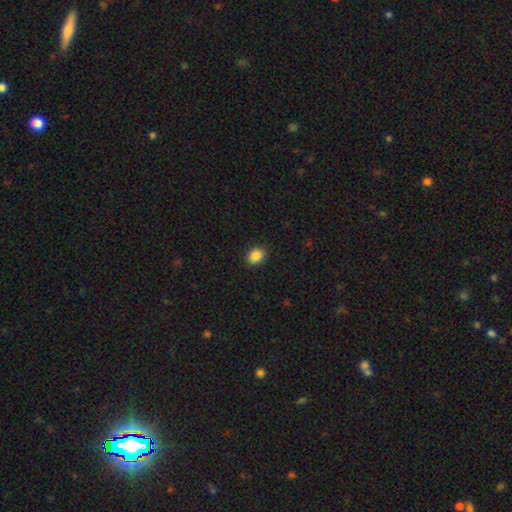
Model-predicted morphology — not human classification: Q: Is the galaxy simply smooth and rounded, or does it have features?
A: smooth — 88%.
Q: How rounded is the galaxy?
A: in between — 61%.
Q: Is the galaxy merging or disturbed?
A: none — 90%.